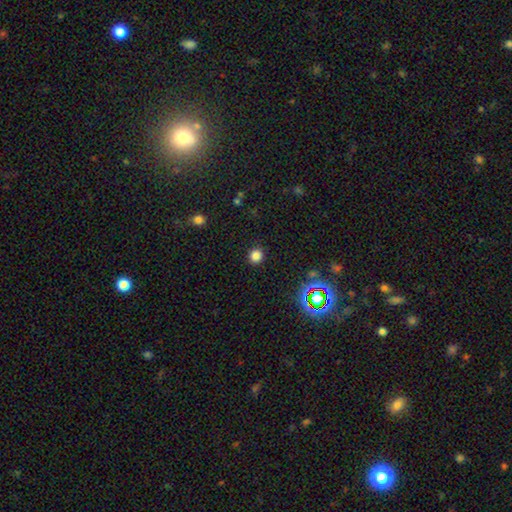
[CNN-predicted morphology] Smooth or featured? Predicted: smooth (p=0.81). How rounded? Predicted: round (p=0.89). Merging? Predicted: none (p=0.91).